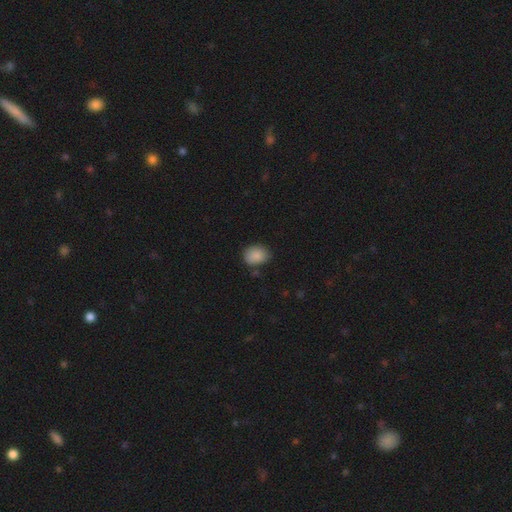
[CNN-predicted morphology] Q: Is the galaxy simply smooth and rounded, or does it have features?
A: smooth — 88%.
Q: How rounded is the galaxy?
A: in between — 59%.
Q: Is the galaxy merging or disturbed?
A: none — 74%.